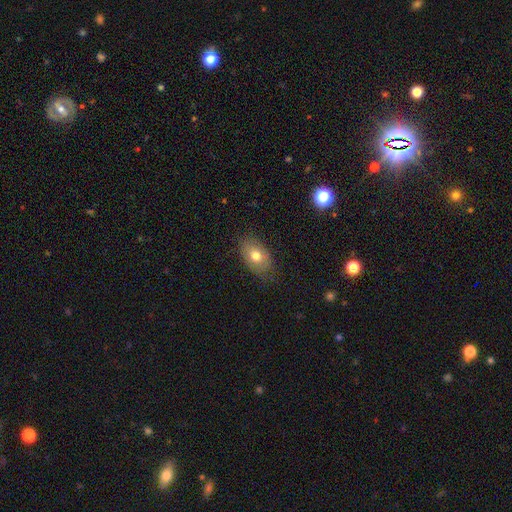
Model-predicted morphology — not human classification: type=smooth (73%); roundness=in between (87%); merging=none (76%).